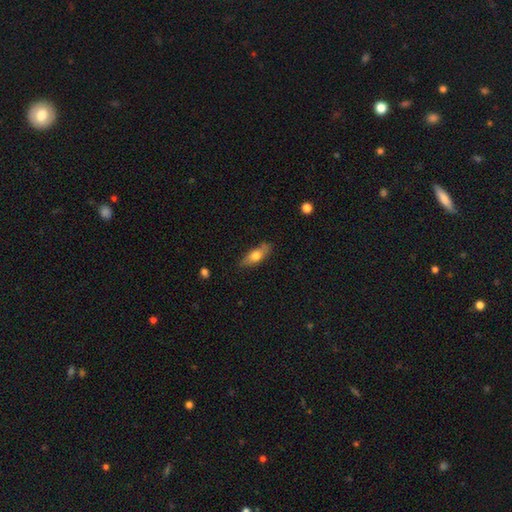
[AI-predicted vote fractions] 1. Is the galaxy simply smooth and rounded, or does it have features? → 62% smooth, 31% featured or disk, 7% star or artifact.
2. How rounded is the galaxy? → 62% in between, 34% cigar-shaped, 4% round.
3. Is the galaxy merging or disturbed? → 76% none, 18% minor disturbance, 4% major disturbance, 2% merger.